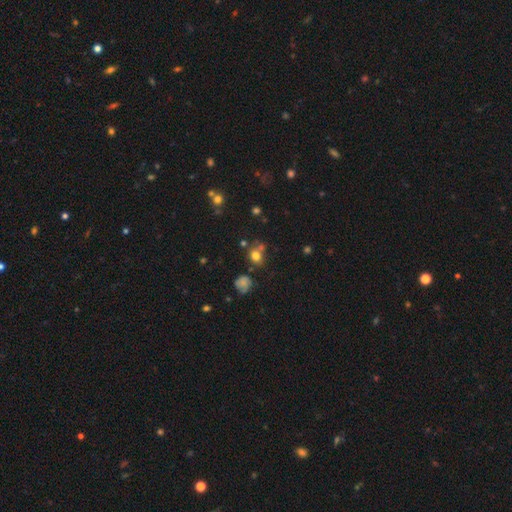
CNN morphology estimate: A smooth galaxy with no disk features (73%) that is round (72%). Merging: none (57%).